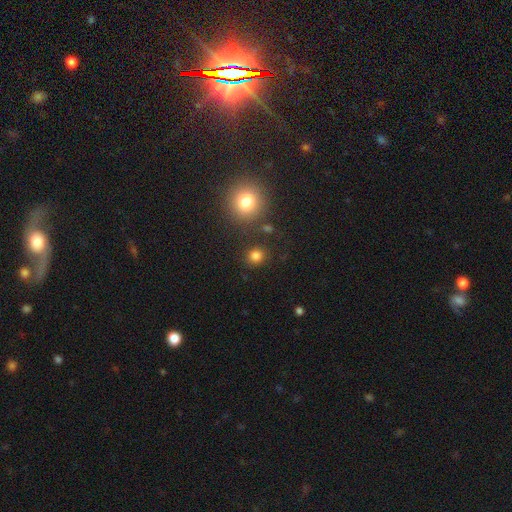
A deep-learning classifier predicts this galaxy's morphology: smooth 81%, star or artifact 14%, featured or disk 5%. Down the decision tree: how rounded — round (87%); merging — none (86%).